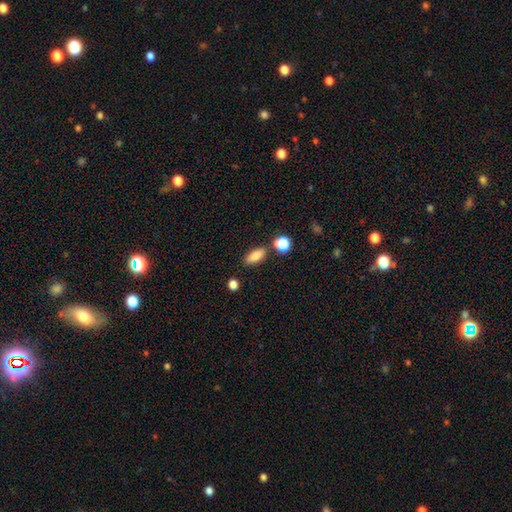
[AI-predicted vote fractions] A smooth galaxy with no disk features (84%) that is in between round and cigar-shaped (81%). Merging: none (76%).